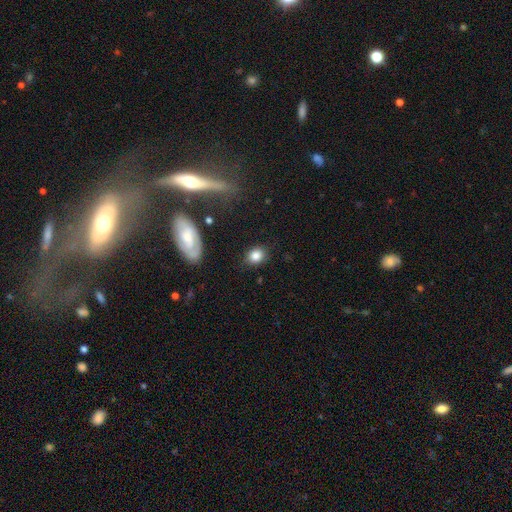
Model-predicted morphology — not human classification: type=smooth (82%); roundness=in between (53%); merging=none (82%).